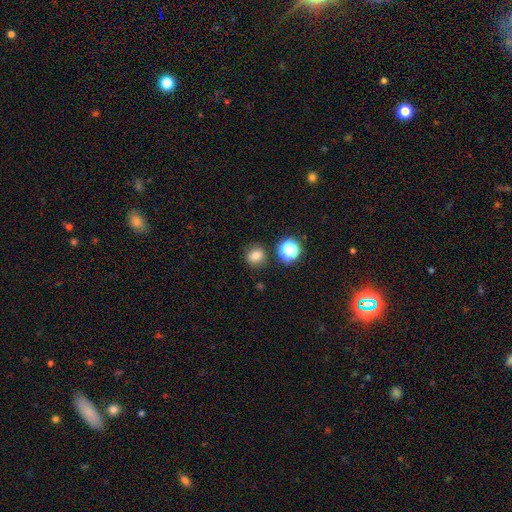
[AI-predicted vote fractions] Smooth or featured? Predicted: smooth (p=0.77). How rounded? Predicted: round (p=0.83). Merging? Predicted: none (p=0.84).